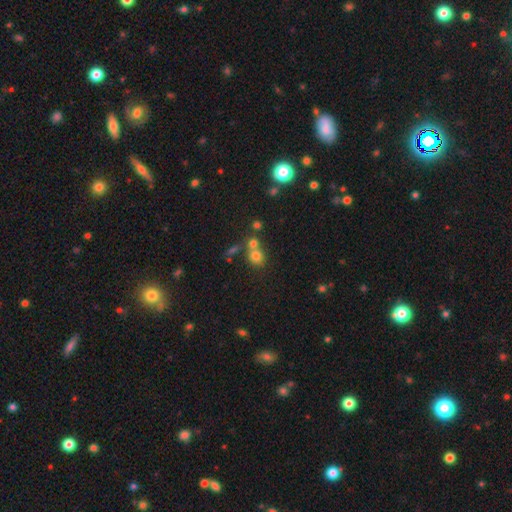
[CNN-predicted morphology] The model was most divided on "merging": none: 46%, merger: 42%, minor disturbance: 8%, major disturbance: 4%. More confident: how rounded — round (76%); smooth or featured — smooth (72%).